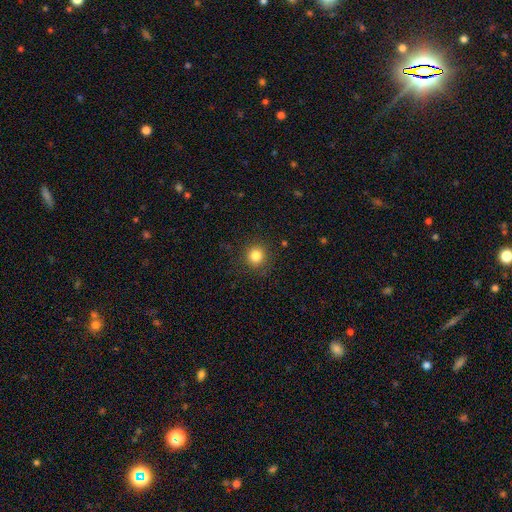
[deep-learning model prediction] A smooth galaxy with no disk features (83%) that is round (93%). Merging: none (89%).